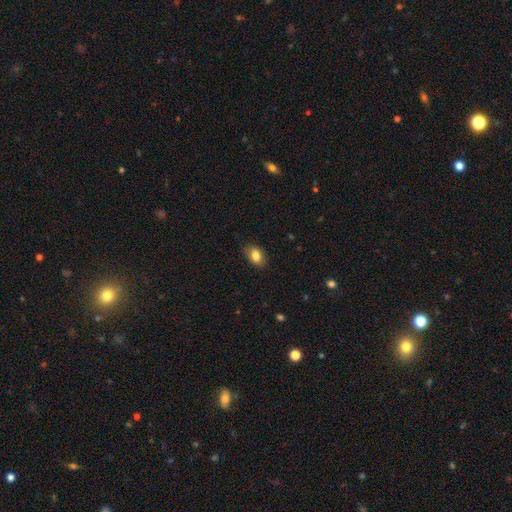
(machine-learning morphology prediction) A smooth galaxy with no disk features (84%) that is in between round and cigar-shaped (82%). Merging: none (82%).